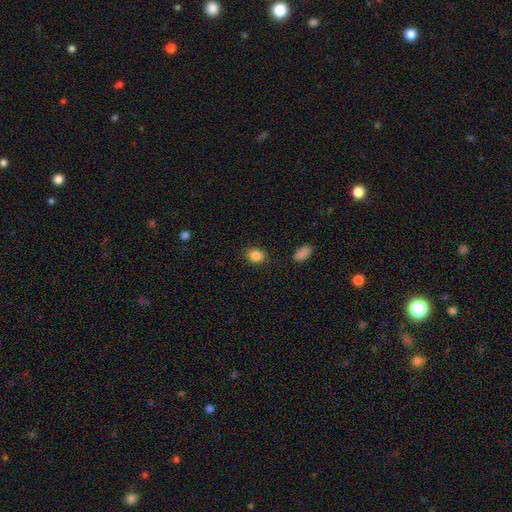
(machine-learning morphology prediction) smooth_or_featured: smooth (p=0.86) [alt: star or artifact p=0.09]
how_rounded: in between (p=0.54) [alt: round p=0.45]
merging: none (p=0.85) [alt: minor disturbance p=0.10]